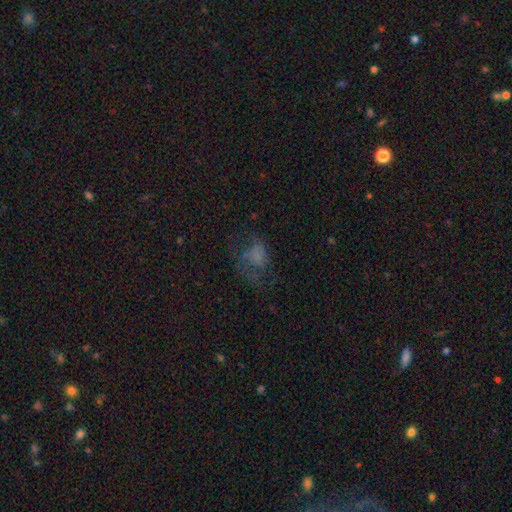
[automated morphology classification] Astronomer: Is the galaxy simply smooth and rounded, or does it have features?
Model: smooth — 51% (runner-up: featured or disk, 28%).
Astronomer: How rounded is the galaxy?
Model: in between — 66%.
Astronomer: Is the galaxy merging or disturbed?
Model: major disturbance — 40% (runner-up: none, 37%).